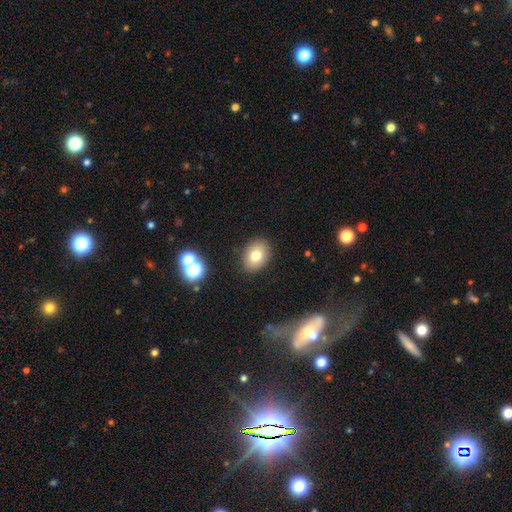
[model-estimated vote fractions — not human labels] This is likely a smooth galaxy (77%). How rounded: likely in between (65%). Merging: clearly none (87%).